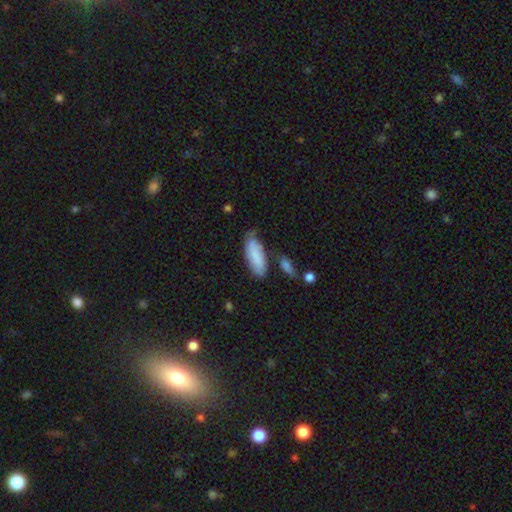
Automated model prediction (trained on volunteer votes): Overall: smooth (78%). How rounded: in between (74%). Merging: none (59%; minor disturbance 27%).